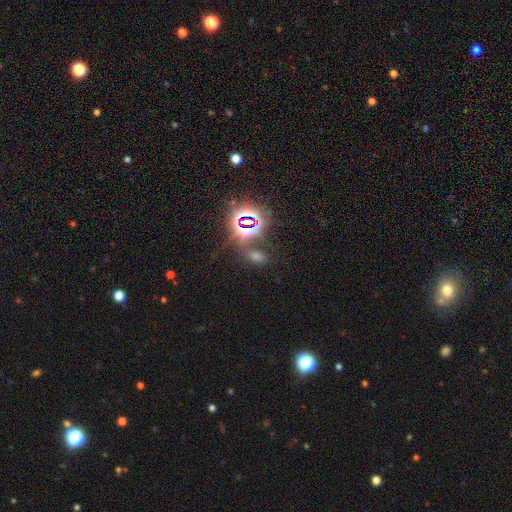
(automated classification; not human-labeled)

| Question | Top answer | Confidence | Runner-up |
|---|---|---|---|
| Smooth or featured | star or artifact | 59% | smooth (32%) |